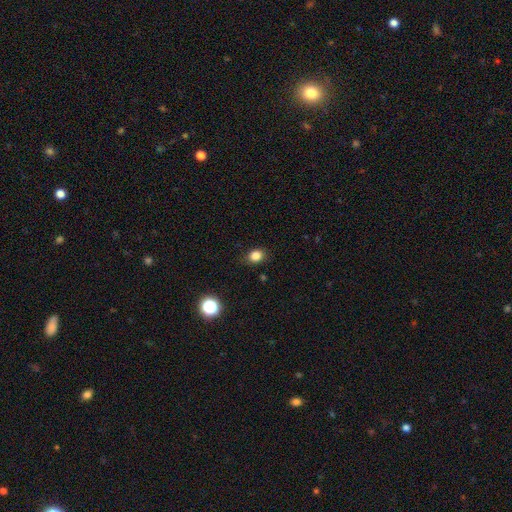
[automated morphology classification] smooth-or-featured: smooth: 83% | star or artifact: 12% | featured or disk: 5%
  how-rounded: in between: 49% (tied) | round: 49% (tied) | cigar-shaped: 1%
  merging: none: 84% | minor disturbance: 12% | major disturbance: 3% | merger: 1%